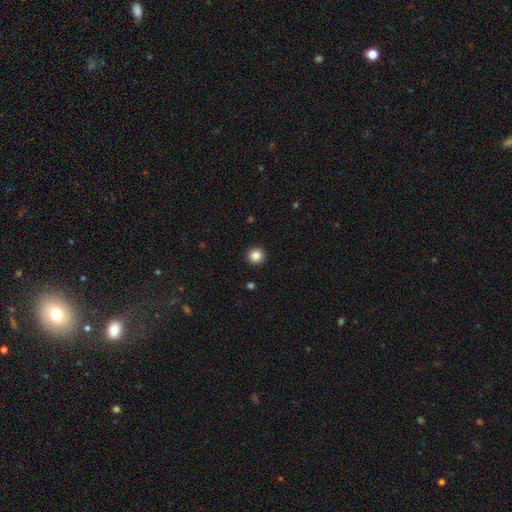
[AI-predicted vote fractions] smooth_or_featured: smooth (p=0.86) [alt: star or artifact p=0.10]
how_rounded: round (p=0.95) [alt: in between p=0.04]
merging: none (p=0.93) [alt: minor disturbance p=0.04]